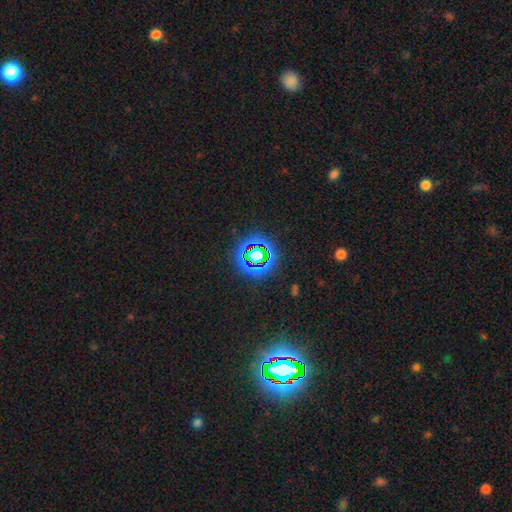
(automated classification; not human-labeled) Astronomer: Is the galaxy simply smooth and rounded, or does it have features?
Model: star or artifact — 72%.